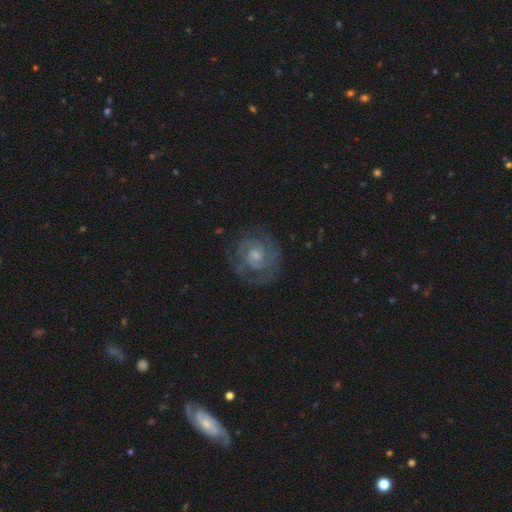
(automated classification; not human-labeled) Overall: featured or disk (87%). Edge-on disk: no (98%). Bar: no (50%; weak 42%). Spiral arms: yes (97%). Spiral arm count: 2 (72%). Spiral winding: tight (66%; medium 30%). Bulge size: small (49%; moderate 36%). Merging: none (78%).